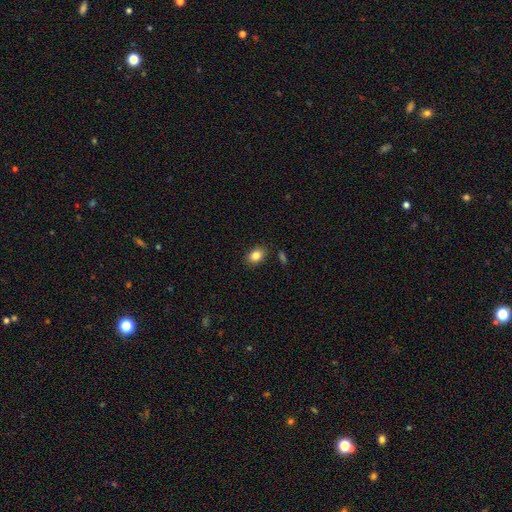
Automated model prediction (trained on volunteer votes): This is clearly a smooth galaxy (84%). How rounded: likely in between (76%). Merging: clearly none (86%).